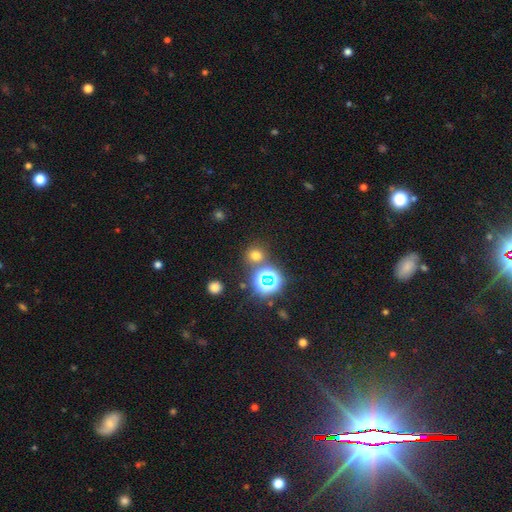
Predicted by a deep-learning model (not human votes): This is likely a smooth galaxy (61%). How rounded: clearly round (85%). Merging: likely none (76%).